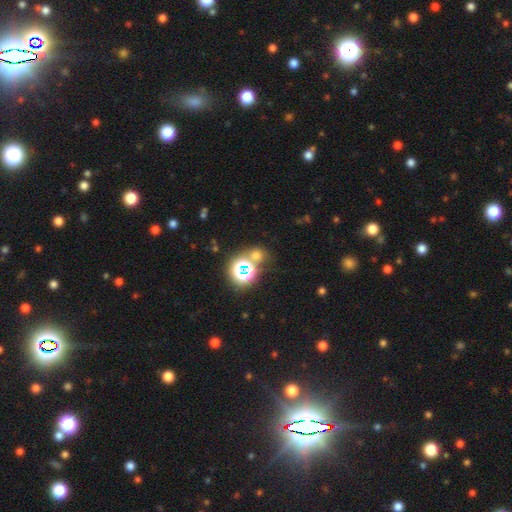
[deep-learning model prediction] Morphology: type=smooth (50%); merging=none (65%).